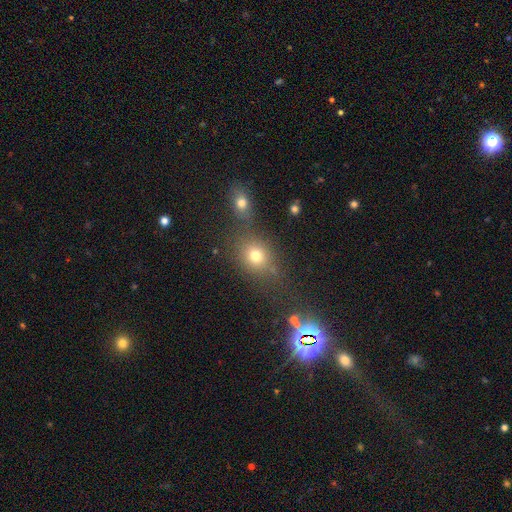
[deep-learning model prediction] This is likely a smooth galaxy (73%). How rounded: likely round (63%). Merging: likely none (63%).